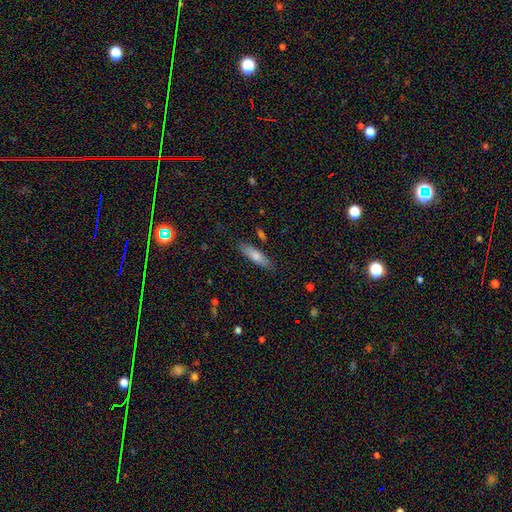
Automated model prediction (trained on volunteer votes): Morphology: type=smooth (75%); roundness=cigar-shaped (55%); merging=none (83%).